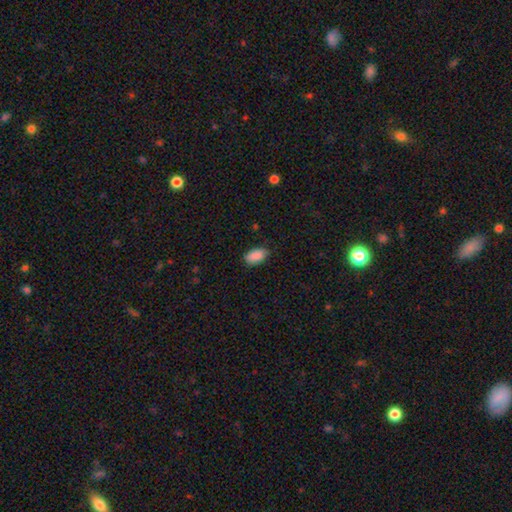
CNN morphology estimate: type=smooth (89%); roundness=in between (93%); merging=none (81%).